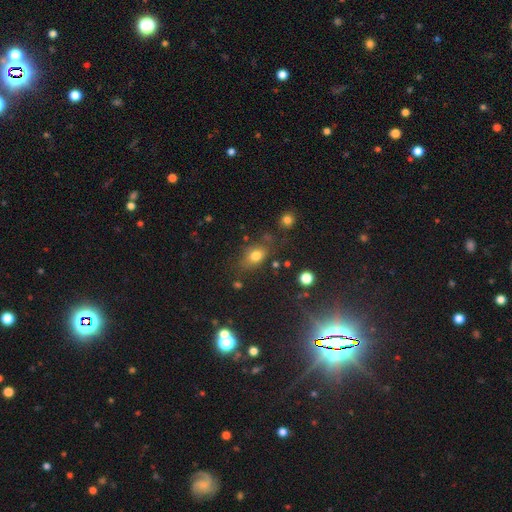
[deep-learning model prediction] smooth 76%, star or artifact 13%, featured or disk 10%. Down the decision tree: how rounded — in between (71%); merging — none (67%).